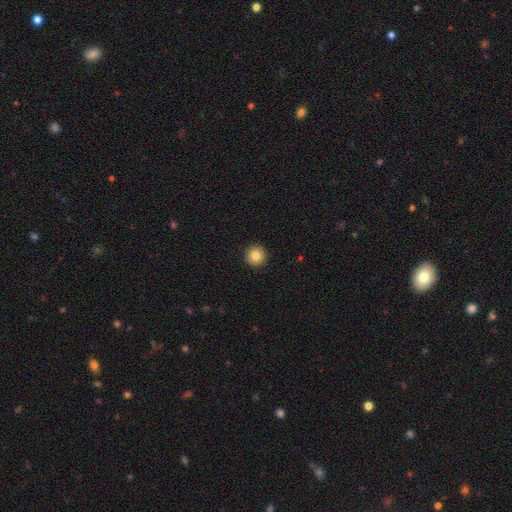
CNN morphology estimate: Overall: smooth (84%). How rounded: round (96%). Merging: none (93%).